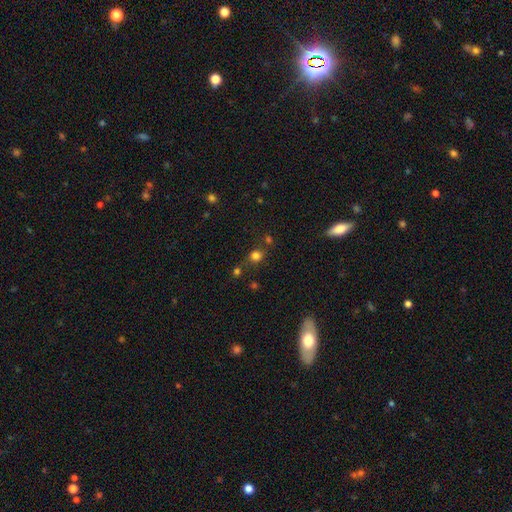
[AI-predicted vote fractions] Smooth or featured? smooth (74%)
How rounded? round (80%)
Merging? none (70%)